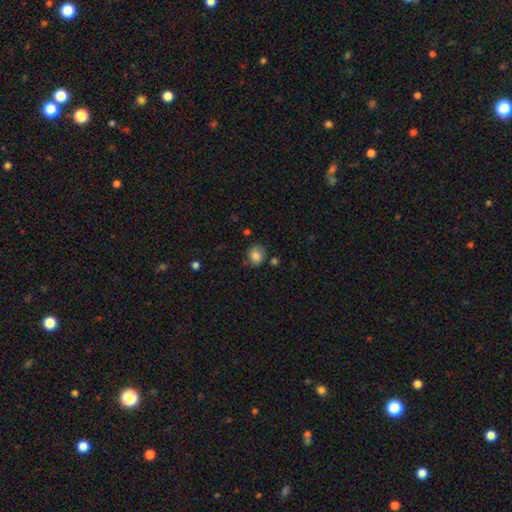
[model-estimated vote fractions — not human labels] smooth 81%, featured or disk 10%, star or artifact 10%. Down the decision tree: how rounded — round (59%); merging — none (66%).